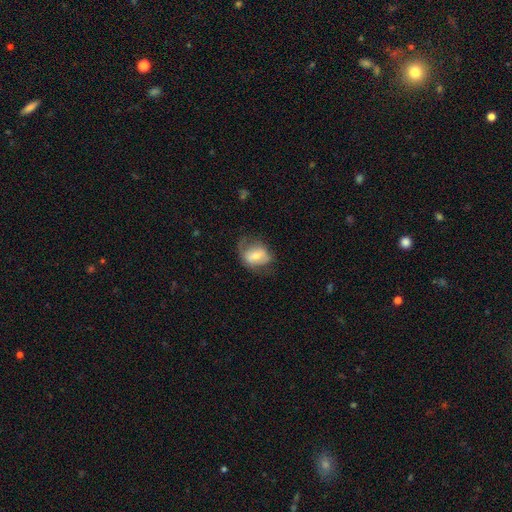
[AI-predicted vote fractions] Smooth or featured? Predicted: smooth (p=0.52). How rounded? Predicted: in between (p=0.63). Merging? Predicted: none (p=0.48).